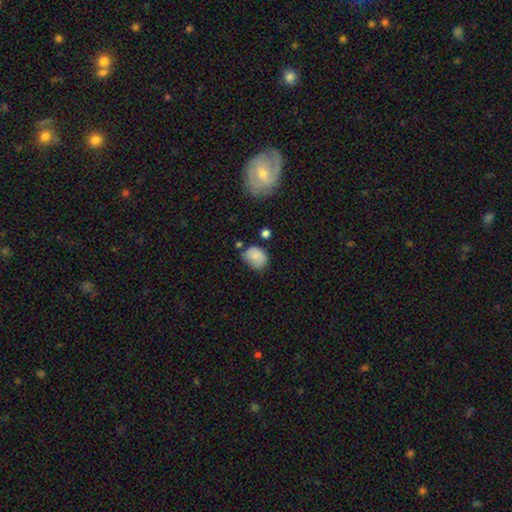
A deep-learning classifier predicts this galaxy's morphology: Overall: smooth (79%). How rounded: in between (55%; round 44%). Merging: none (53%; minor disturbance 33%).